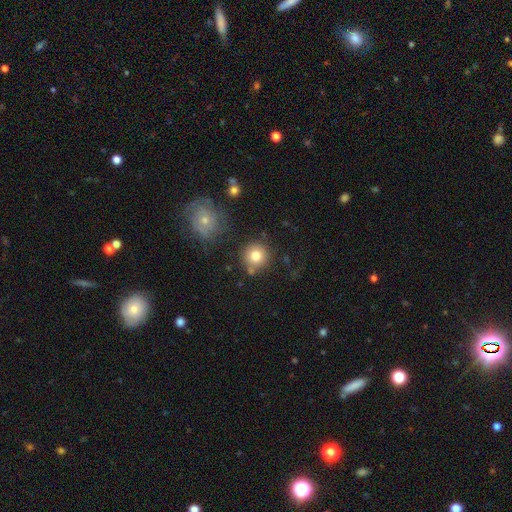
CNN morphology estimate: smooth_or_featured: smooth (p=0.80) [alt: star or artifact p=0.10]
how_rounded: round (p=0.94) [alt: in between p=0.05]
merging: none (p=0.78) [alt: minor disturbance p=0.10]